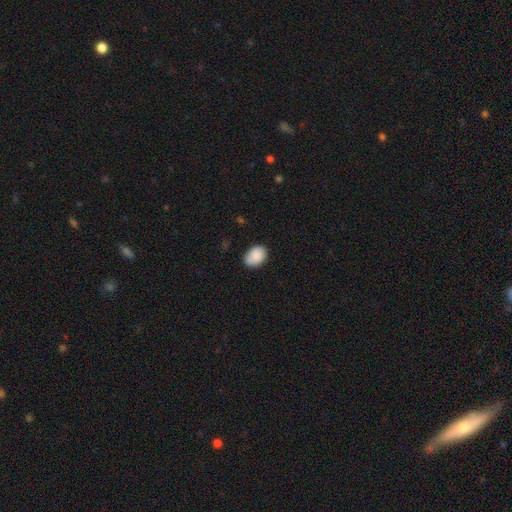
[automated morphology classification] type=smooth (89%); roundness=in between (77%); merging=none (80%).